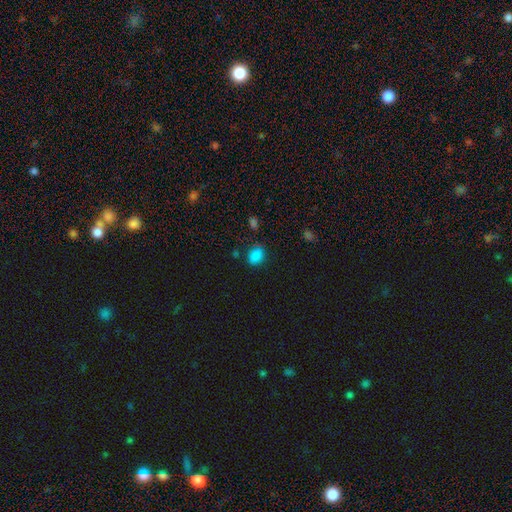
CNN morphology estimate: A smooth galaxy with no disk features (84%) that is in between round and cigar-shaped (71%).

Vote fractions:
- Smooth or featured? smooth: 84% / star or artifact: 12% / featured or disk: 4%
- How rounded? in between: 71% / round: 28% / cigar-shaped: 1%
- Merging? none: 78% / minor disturbance: 15% / major disturbance: 4% / merger: 3%